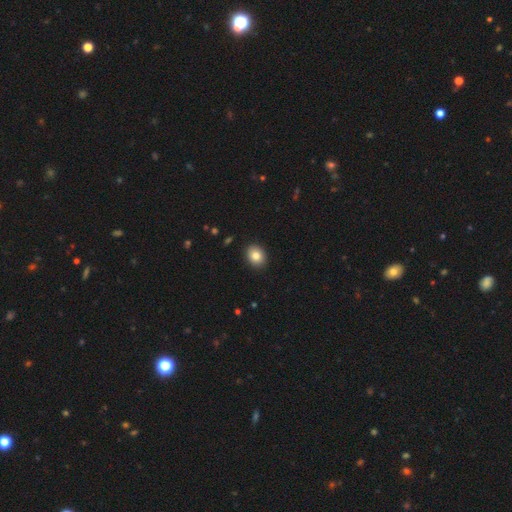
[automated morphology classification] Smooth or featured?
  - smooth: 83% *
  - star or artifact: 9%
  - featured or disk: 8%
How rounded?
  - round: 50% *
  - in between: 49%
  - cigar-shaped: 1%
Merging?
  - none: 91% *
  - minor disturbance: 6%
  - major disturbance: 2%
  - merger: 1%